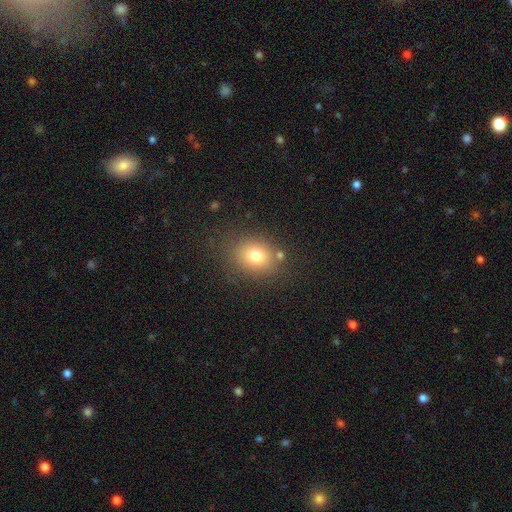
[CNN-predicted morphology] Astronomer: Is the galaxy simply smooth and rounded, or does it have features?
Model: smooth — 76%.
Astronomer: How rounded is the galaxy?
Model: round — 53% (runner-up: in between, 46%).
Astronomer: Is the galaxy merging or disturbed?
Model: none — 76%.